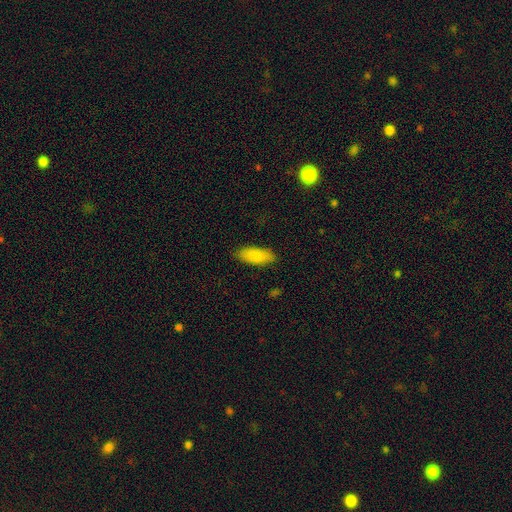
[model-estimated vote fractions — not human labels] The model was most divided on "how rounded": in between: 80%, cigar-shaped: 18%, round: 2%. More confident: smooth or featured — smooth (87%); merging — none (84%).